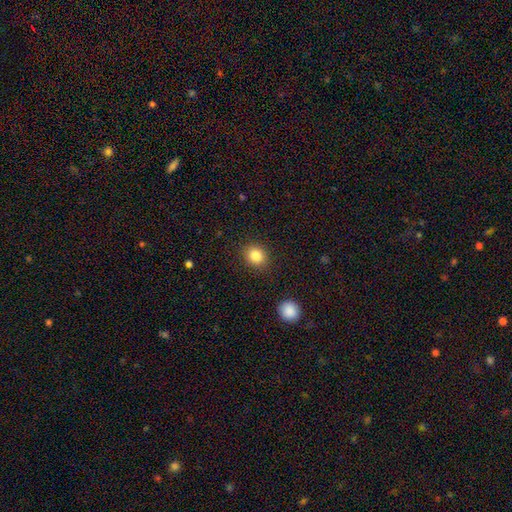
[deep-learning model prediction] Q: Smooth or featured?
A: smooth (84%); runner-up: star or artifact (10%)
Q: How rounded?
A: round (68%); runner-up: in between (31%)
Q: Merging?
A: none (88%); runner-up: minor disturbance (8%)